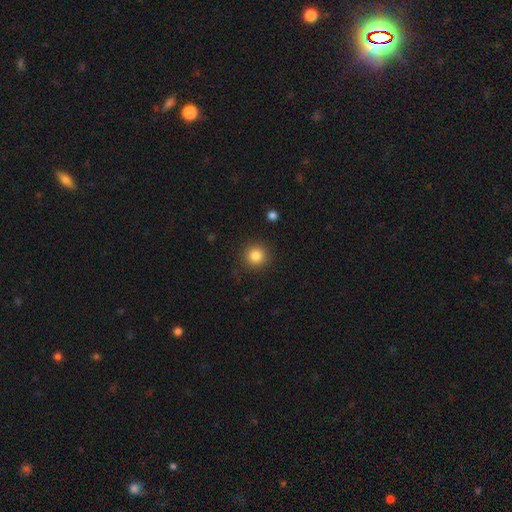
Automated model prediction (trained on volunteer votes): This is clearly a smooth galaxy (84%). How rounded: clearly round (94%). Merging: clearly none (90%).